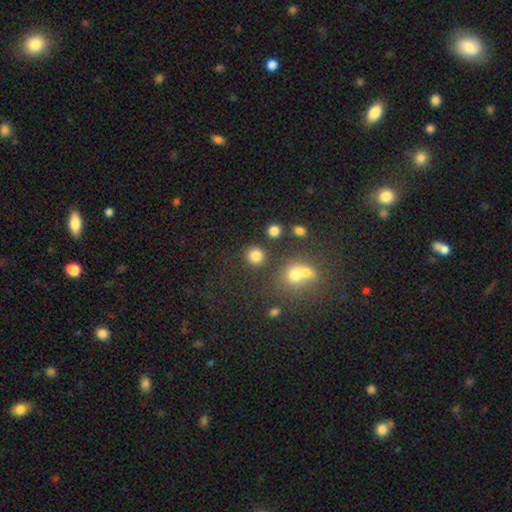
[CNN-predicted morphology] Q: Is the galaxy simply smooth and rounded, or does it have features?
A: smooth — 81%.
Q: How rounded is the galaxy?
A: round — 91%.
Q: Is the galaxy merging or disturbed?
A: none — 82%.